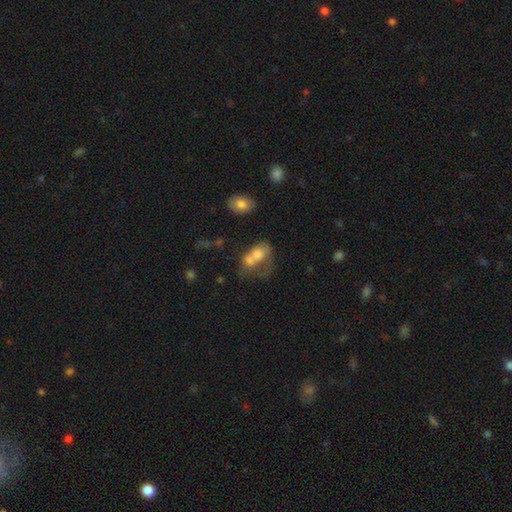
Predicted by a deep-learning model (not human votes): This appears to be a smooth galaxy with no disk features (65%) that is in between round and cigar-shaped (75%). Merging: merger (59%).